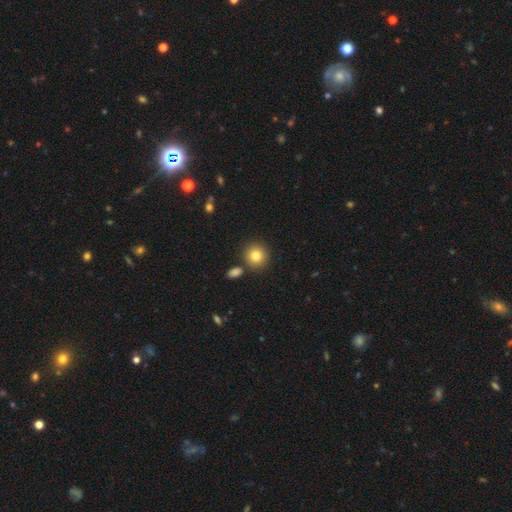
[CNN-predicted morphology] type=smooth (83%); roundness=round (90%); merging=none (81%).